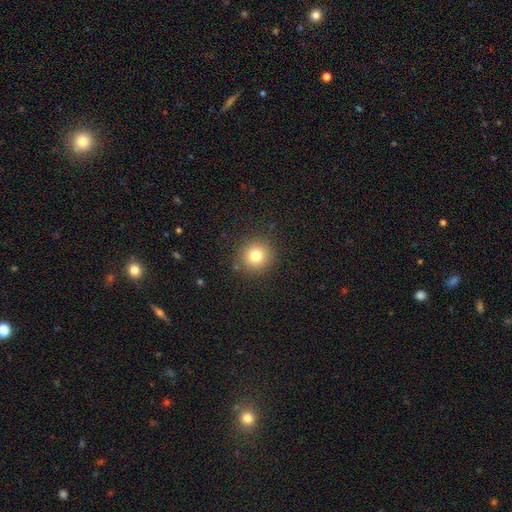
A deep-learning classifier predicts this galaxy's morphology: type=smooth (78%); roundness=round (93%); merging=none (89%).